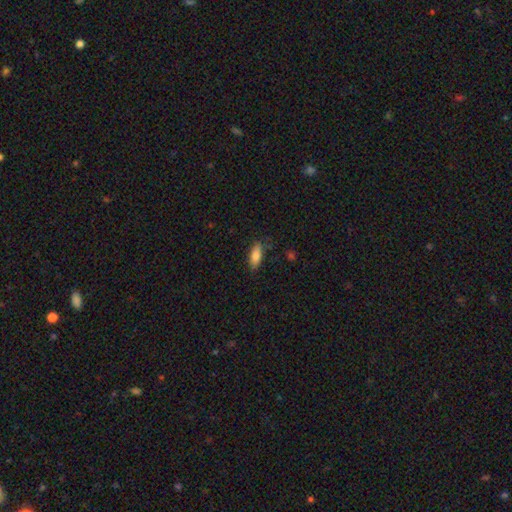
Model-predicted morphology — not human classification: This appears to be a smooth galaxy with no disk features (81%) that is in between round and cigar-shaped (71%). Merging: none (78%).